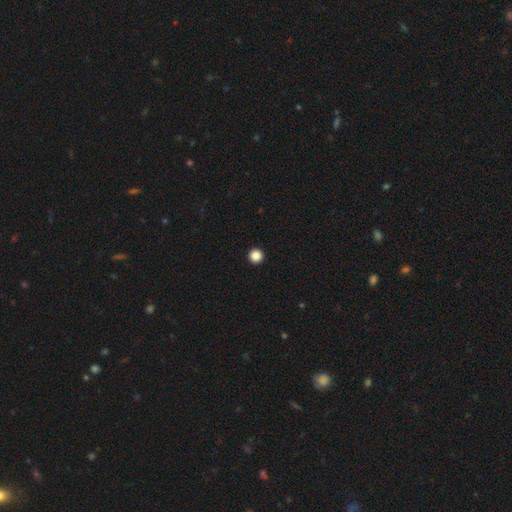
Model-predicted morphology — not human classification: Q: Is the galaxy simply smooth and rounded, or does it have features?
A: smooth — 87%.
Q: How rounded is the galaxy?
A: round — 97%.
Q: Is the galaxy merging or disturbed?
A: none — 95%.